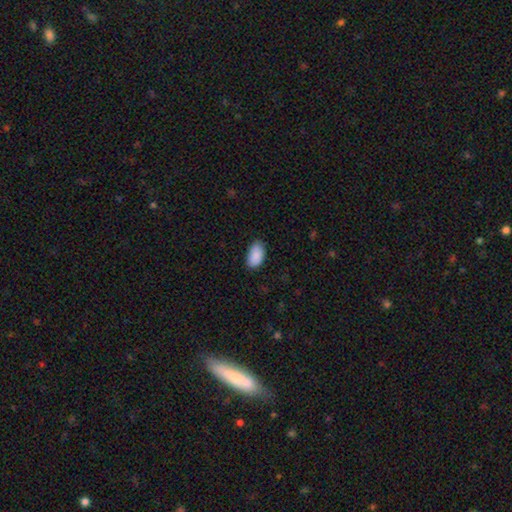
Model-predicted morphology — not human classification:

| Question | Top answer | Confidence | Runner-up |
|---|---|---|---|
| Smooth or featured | smooth | 89% | star or artifact (7%) |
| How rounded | in between | 95% | round (4%) |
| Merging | none | 80% | minor disturbance (17%) |